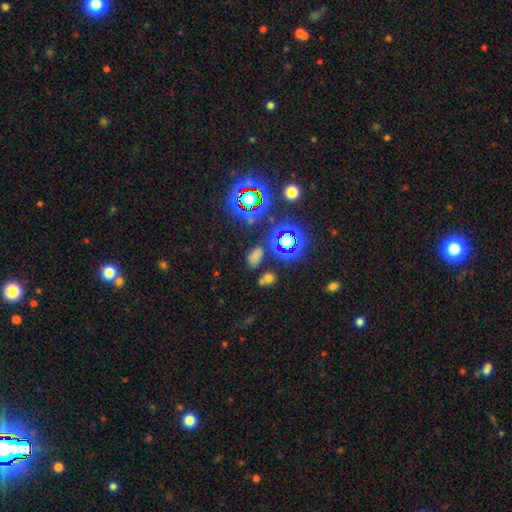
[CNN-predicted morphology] This appears to be a smooth galaxy with no disk features (56%) that is in between round and cigar-shaped (82%). Merging: none (71%).